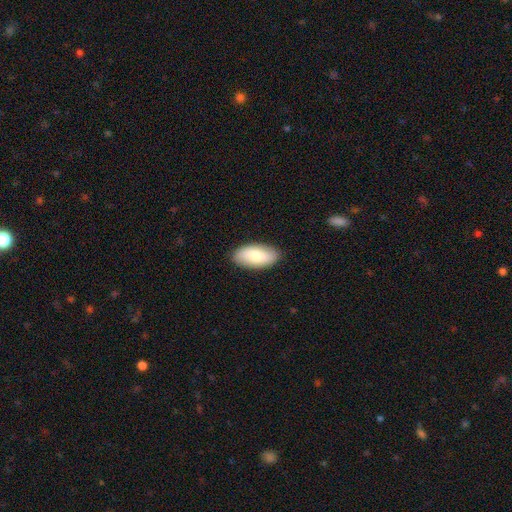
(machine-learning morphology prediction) The model was most divided on "smooth or featured": smooth: 77%, featured or disk: 17%, star or artifact: 6%. More confident: how rounded — in between (93%); merging — none (88%).